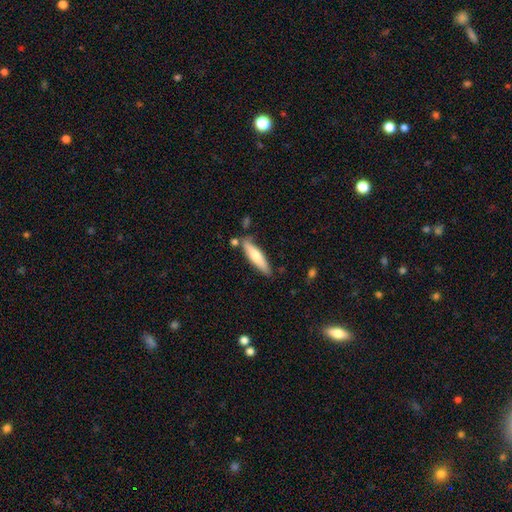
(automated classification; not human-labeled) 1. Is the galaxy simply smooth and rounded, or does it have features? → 65% smooth, 30% featured or disk, 5% star or artifact.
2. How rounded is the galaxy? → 76% cigar-shaped, 23% in between, 1% round.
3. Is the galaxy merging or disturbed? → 75% none, 15% minor disturbance, 7% merger, 3% major disturbance.